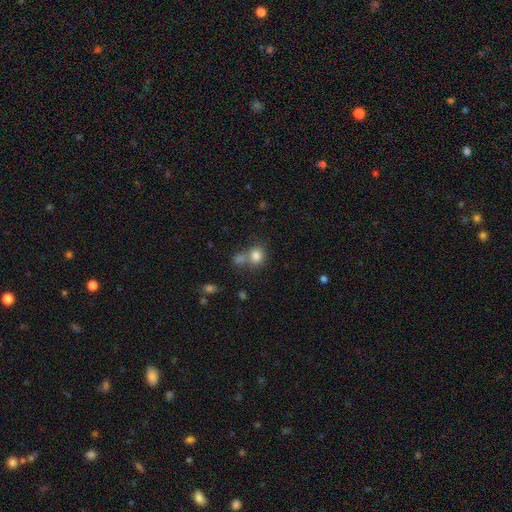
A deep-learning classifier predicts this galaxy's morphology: Smooth or featured? smooth (81%)
How rounded? round (74%)
Merging? none (51%)